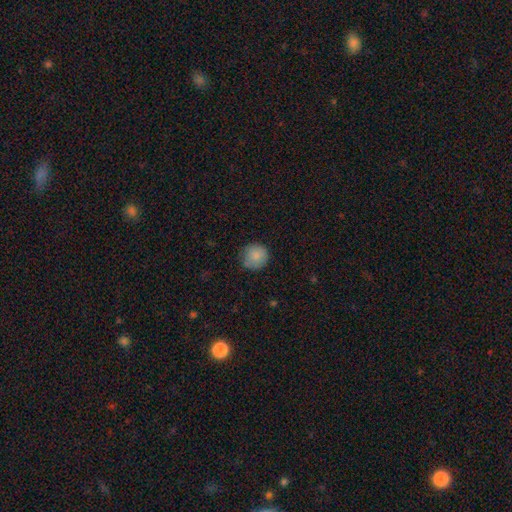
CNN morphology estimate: Smooth or featured? Predicted: smooth (p=0.85). How rounded? Predicted: round (p=0.93). Merging? Predicted: none (p=0.80).